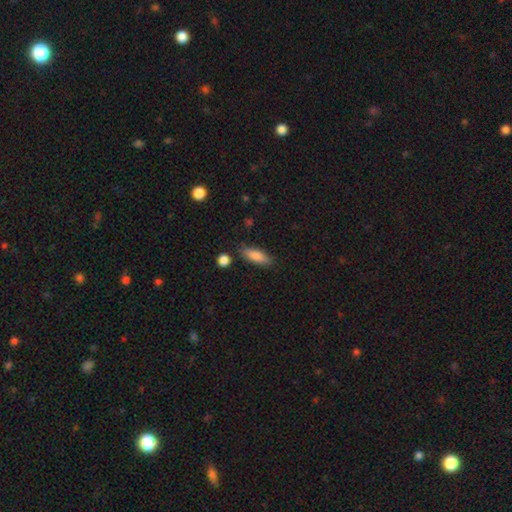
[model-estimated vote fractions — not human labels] Smooth or featured?
  - smooth: 82% *
  - featured or disk: 12%
  - star or artifact: 7%
How rounded?
  - in between: 60% *
  - cigar-shaped: 38%
  - round: 3%
Merging?
  - none: 83% *
  - minor disturbance: 12%
  - merger: 3%
  - major disturbance: 3%